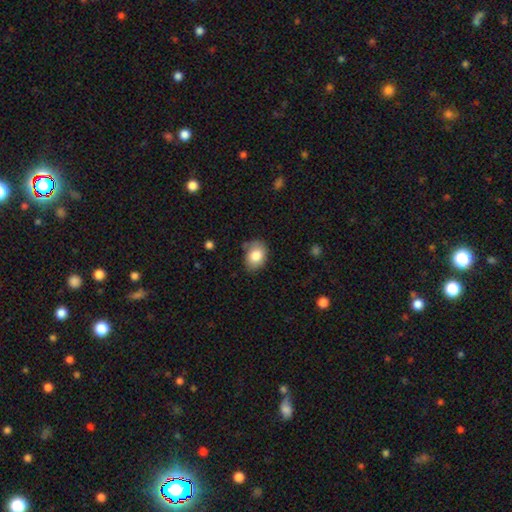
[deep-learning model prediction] This appears to be a smooth galaxy with no disk features (81%) that is in between round and cigar-shaped (69%). Merging: none (70%).